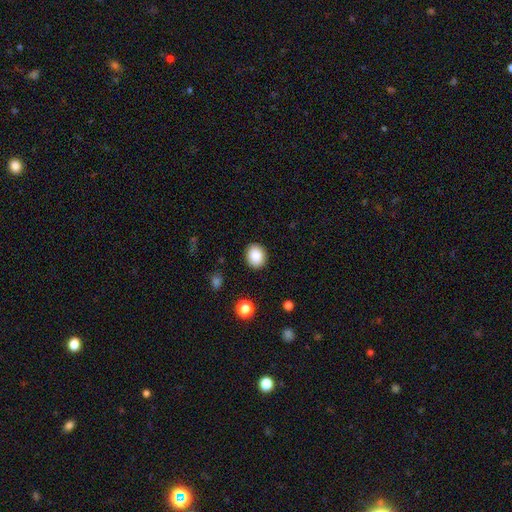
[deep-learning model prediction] A smooth galaxy with no disk features (86%) that is round (60%). Merging: none (89%).